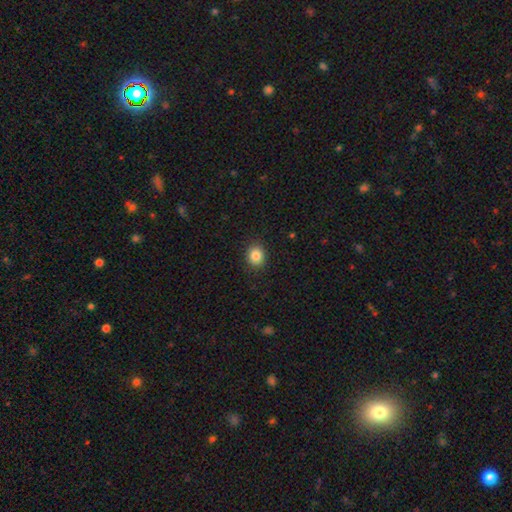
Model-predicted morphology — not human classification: A smooth galaxy with no disk features (85%) that is round (69%).

Vote fractions:
- Smooth or featured? smooth: 85% / star or artifact: 10% / featured or disk: 5%
- How rounded? round: 69% / in between: 30% / cigar-shaped: 1%
- Merging? none: 89% / minor disturbance: 7% / major disturbance: 2% / merger: 1%